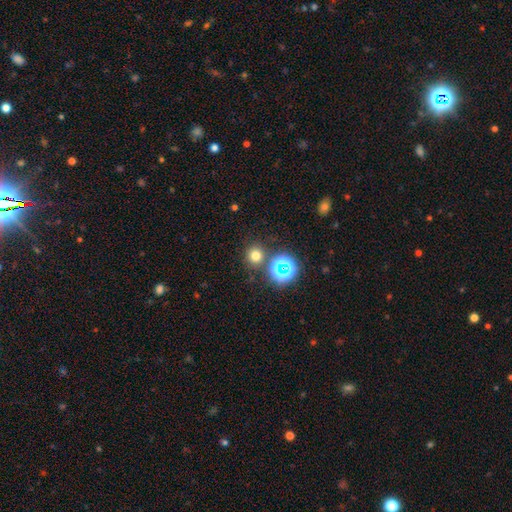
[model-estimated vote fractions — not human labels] Smooth or featured? Predicted: smooth (p=0.69). How rounded? Predicted: round (p=0.91). Merging? Predicted: none (p=0.80).